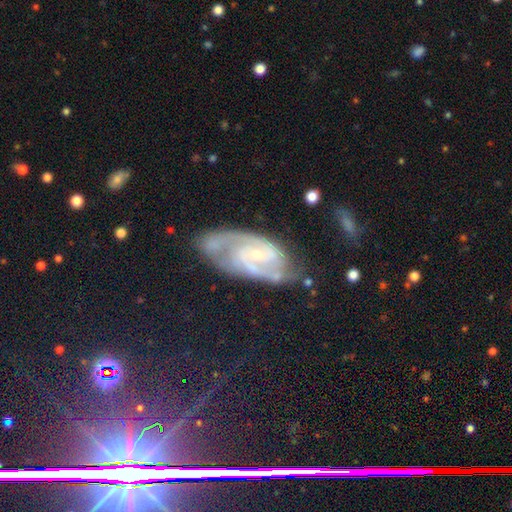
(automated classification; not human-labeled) Smooth or featured?
  - featured or disk: 86% *
  - star or artifact: 7%
  - smooth: 7%
Edge-on disk?
  - no: 96% *
  - yes: 4%
Bar?
  - no: 45% *
  - weak: 43%
  - strong: 12%
Spiral arms?
  - yes: 96% *
  - no: 4%
Spiral winding?
  - medium: 47% *
  - tight: 42%
  - loose: 11%
Spiral arm count?
  - 2: 74% *
  - can't tell: 10%
  - 3: 8%
  - 1: 3%
  - 4: 2%
  - more than 4: 2%
Bulge size?
  - small: 74% *
  - moderate: 21%
  - none: 2%
  - large: 1%
  - dominant: 1%
Merging?
  - none: 62% *
  - minor disturbance: 24%
  - major disturbance: 10%
  - merger: 4%